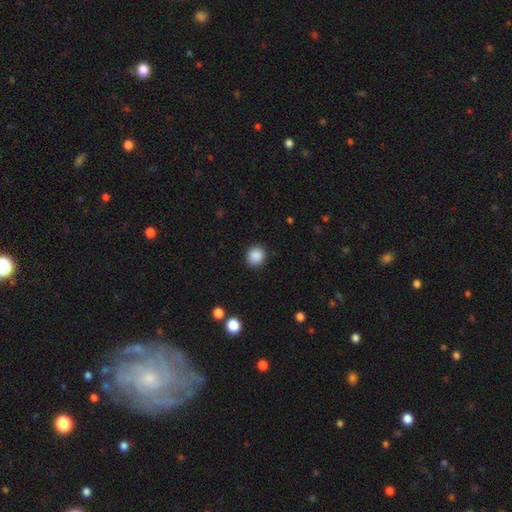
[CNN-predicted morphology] smooth 88%, star or artifact 9%, featured or disk 3%. Down the decision tree: how rounded — round (83%); merging — none (90%).